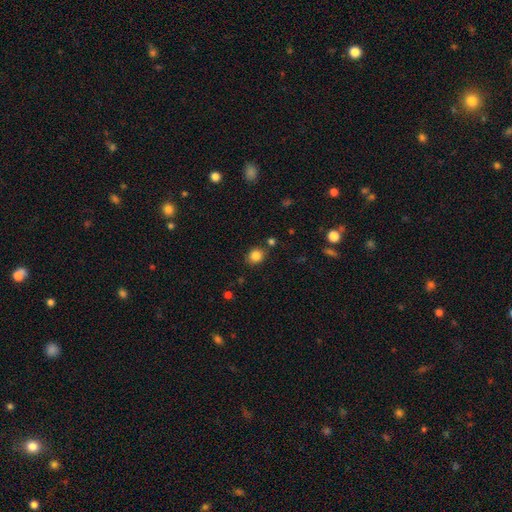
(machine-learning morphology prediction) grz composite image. It shows a smooth galaxy with no disk features (85%) that is round (63%). Merging: none (82%).